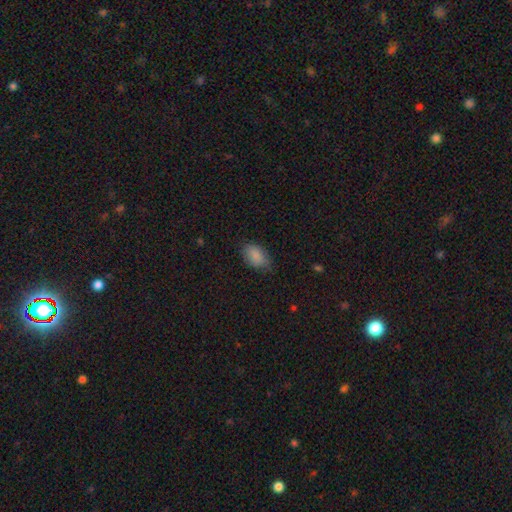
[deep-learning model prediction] Smooth or featured? Predicted: smooth (p=0.86). How rounded? Predicted: in between (p=0.89). Merging? Predicted: none (p=0.73).